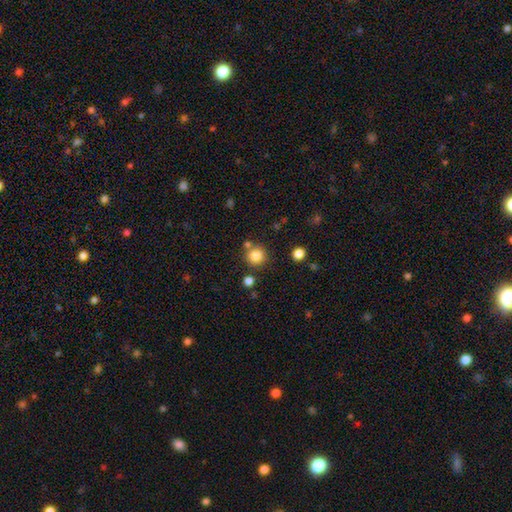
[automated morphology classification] Smooth or featured: smooth — 84% (star or artifact — 11%)
How rounded: round — 94% (in between — 5%)
Merging: none — 81% (merger — 8%)